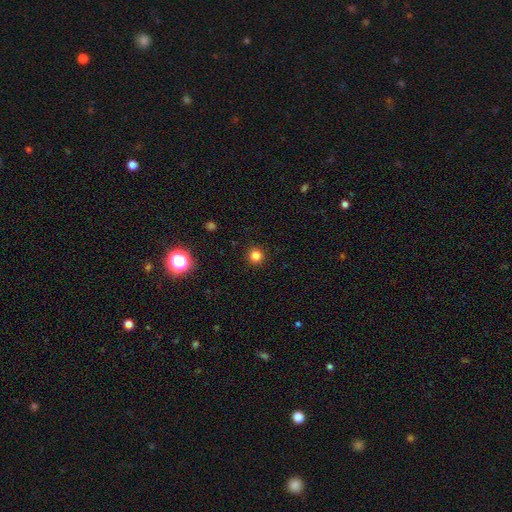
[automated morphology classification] A smooth galaxy with no disk features (82%) that is round (94%). Merging: none (92%).